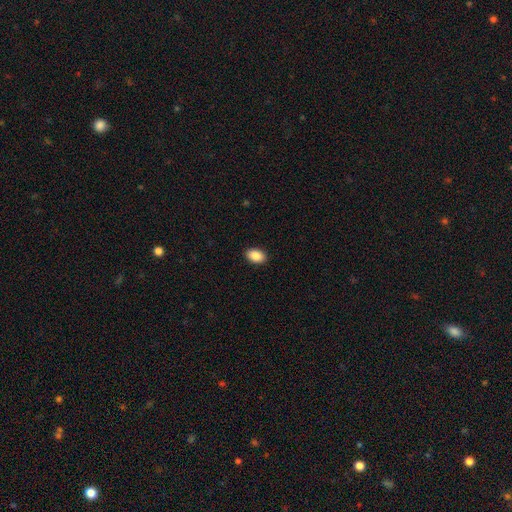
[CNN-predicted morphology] A smooth galaxy with no disk features (89%) that is in between round and cigar-shaped (89%). Merging: none (91%).